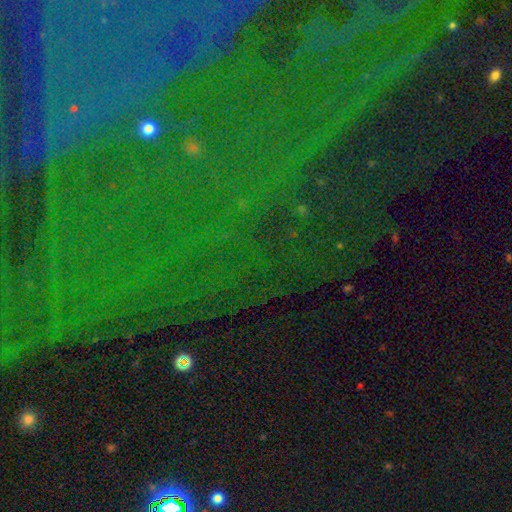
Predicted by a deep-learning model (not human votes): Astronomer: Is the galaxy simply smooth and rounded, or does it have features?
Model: star or artifact — 79%.